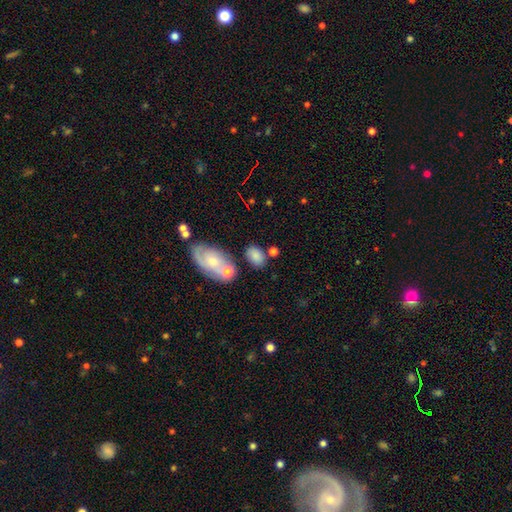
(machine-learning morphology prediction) Overall: smooth (79%). How rounded: in between (82%). Merging: none (60%).